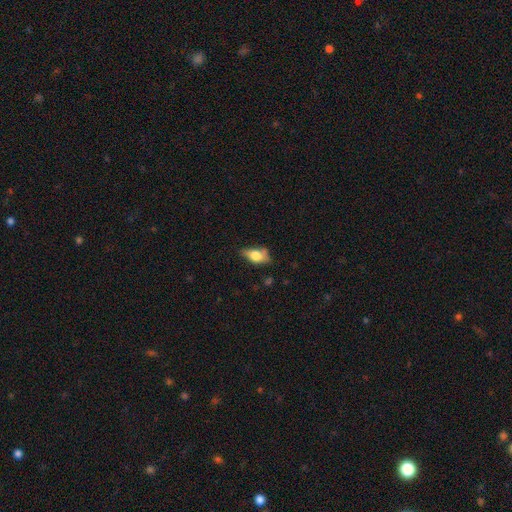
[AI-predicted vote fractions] Smooth or featured?
  - smooth: 67% *
  - featured or disk: 25%
  - star or artifact: 8%
How rounded?
  - in between: 84% *
  - cigar-shaped: 9%
  - round: 7%
Merging?
  - none: 45% *
  - minor disturbance: 35%
  - major disturbance: 14%
  - merger: 6%